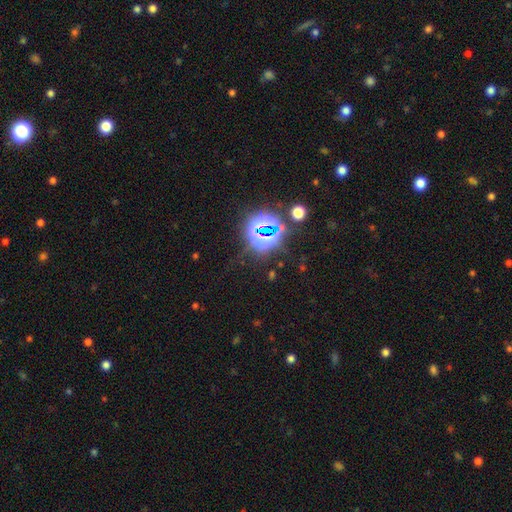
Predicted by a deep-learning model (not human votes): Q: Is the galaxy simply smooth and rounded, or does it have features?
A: star or artifact — 84%.